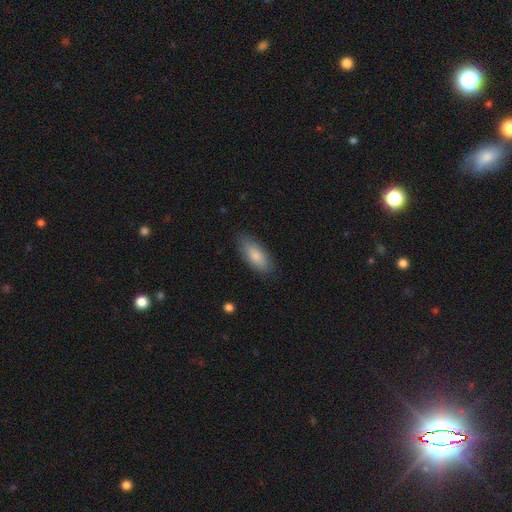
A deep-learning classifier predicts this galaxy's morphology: The model was most divided on "how rounded": in between: 82%, cigar-shaped: 16%, round: 2%. More confident: smooth or featured — smooth (84%); merging — none (84%).